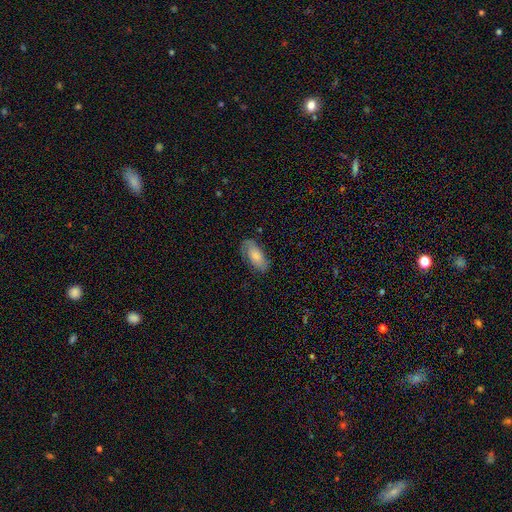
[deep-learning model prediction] Smooth or featured?
  - smooth: 68% *
  - featured or disk: 26%
  - star or artifact: 7%
How rounded?
  - in between: 89% *
  - cigar-shaped: 8%
  - round: 3%
Merging?
  - none: 74% *
  - minor disturbance: 20%
  - major disturbance: 6%
  - merger: 1%